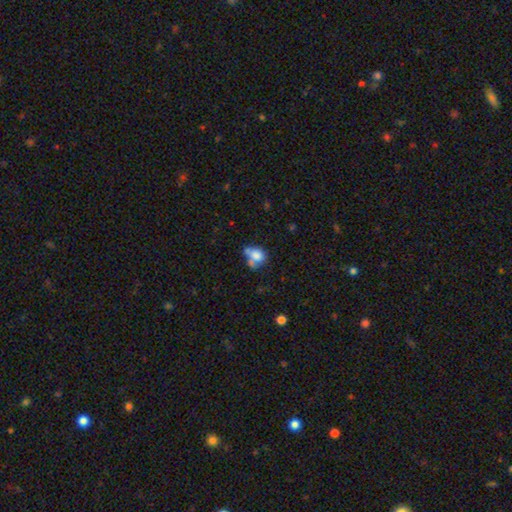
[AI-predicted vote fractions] Smooth or featured?
  - smooth: 75% *
  - featured or disk: 15%
  - star or artifact: 10%
How rounded?
  - in between: 50% *
  - round: 49%
  - cigar-shaped: 1%
Merging?
  - merger: 39% *
  - none: 31%
  - minor disturbance: 19%
  - major disturbance: 12%